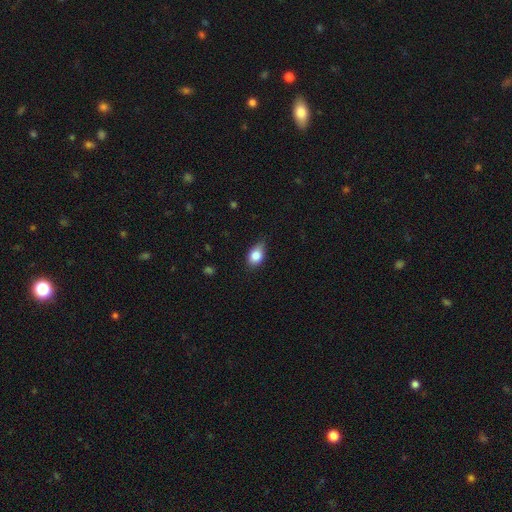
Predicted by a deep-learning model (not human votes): smooth_or_featured: smooth (p=0.81) [alt: featured or disk p=0.10]
how_rounded: in between (p=0.76) [alt: round p=0.21]
merging: none (p=0.62) [alt: minor disturbance p=0.31]